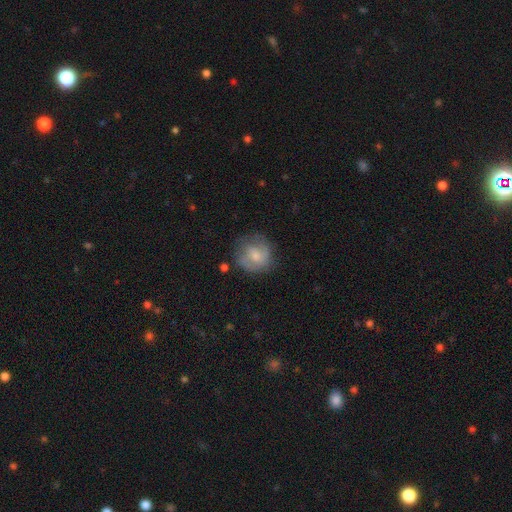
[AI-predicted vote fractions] Morphology: type=smooth (52%); roundness=round (83%); merging=none (64%).